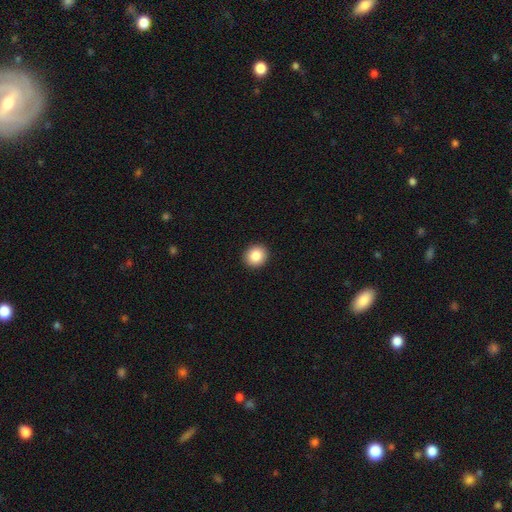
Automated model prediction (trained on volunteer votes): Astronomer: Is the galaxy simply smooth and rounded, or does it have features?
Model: smooth — 87%.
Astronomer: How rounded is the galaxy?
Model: round — 85%.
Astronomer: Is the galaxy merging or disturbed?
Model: none — 93%.